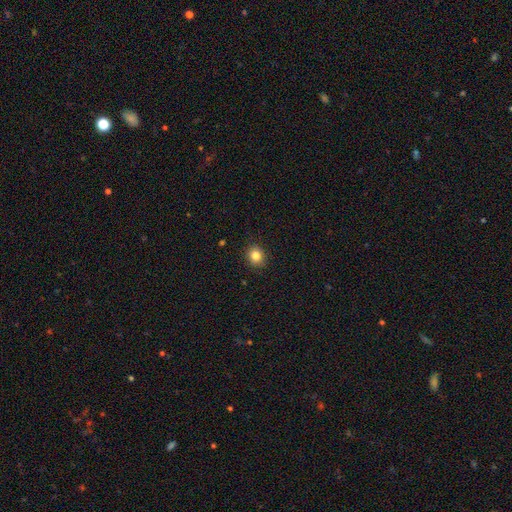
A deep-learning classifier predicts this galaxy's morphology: The model was most divided on "how rounded": round: 77%, in between: 22%, cigar-shaped: 1%. More confident: merging — none (91%); smooth or featured — smooth (83%).